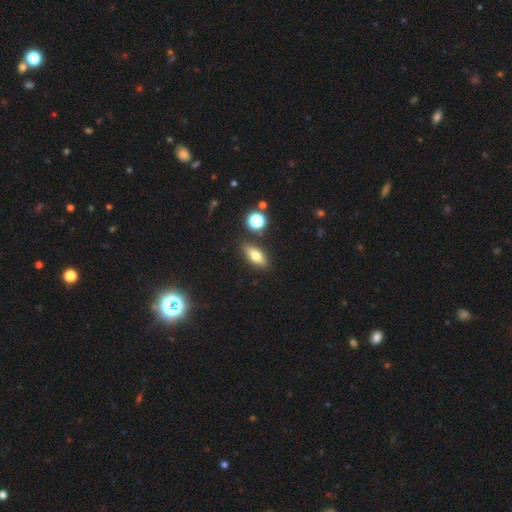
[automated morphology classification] Overall: smooth (68%). How rounded: in between (71%). Merging: none (83%).